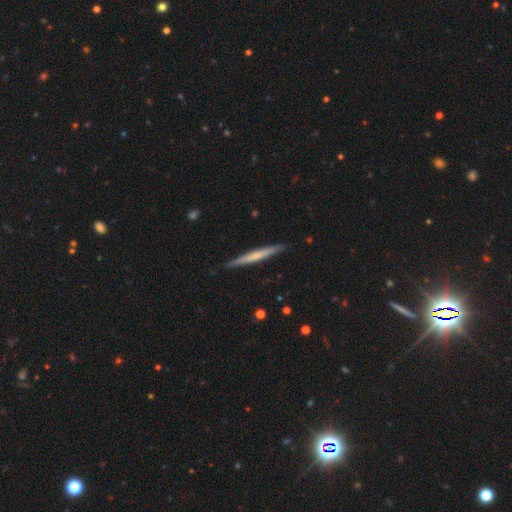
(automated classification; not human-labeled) Smooth or featured: smooth — 49% (featured or disk — 46%)
Merging: none — 90% (minor disturbance — 8%)